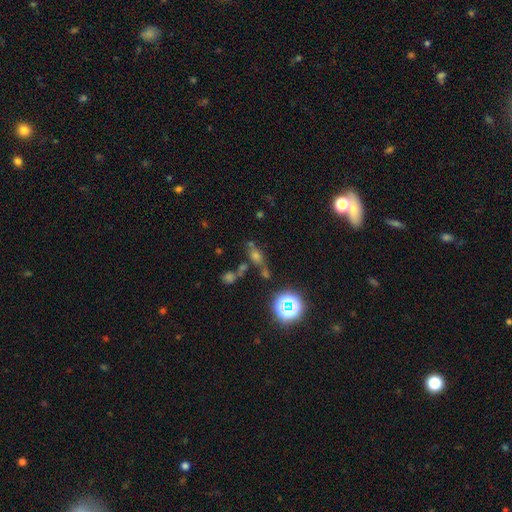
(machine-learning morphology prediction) Smooth or featured: smooth — 42% (star or artifact — 38%)
Merging: none — 56% (merger — 20%)